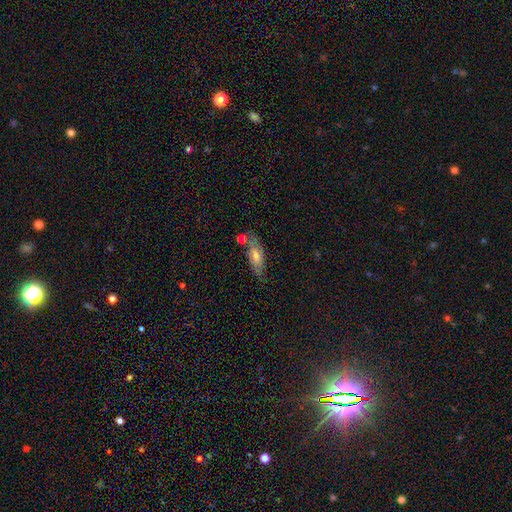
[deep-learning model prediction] Overall: smooth (47%; featured or disk 43%). Merging: none (62%).